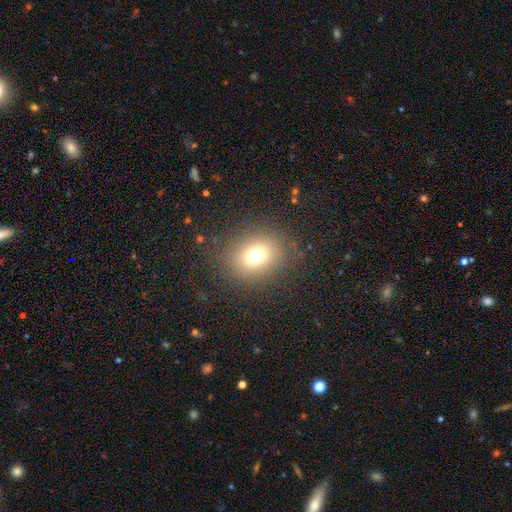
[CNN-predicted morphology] This is likely a smooth galaxy (70%). How rounded: possibly round (60%). Merging: clearly none (81%).